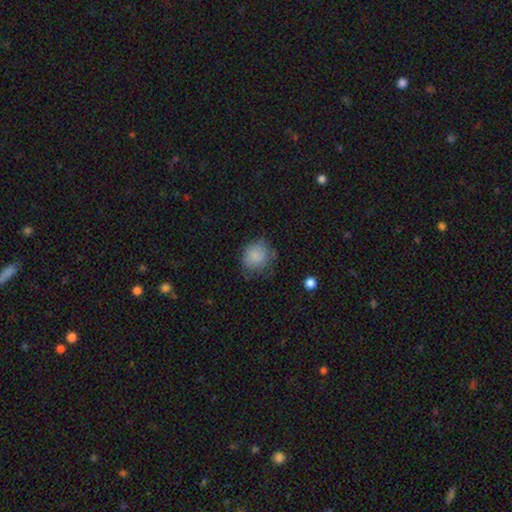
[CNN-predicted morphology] type=smooth (80%); roundness=round (73%); merging=none (59%).